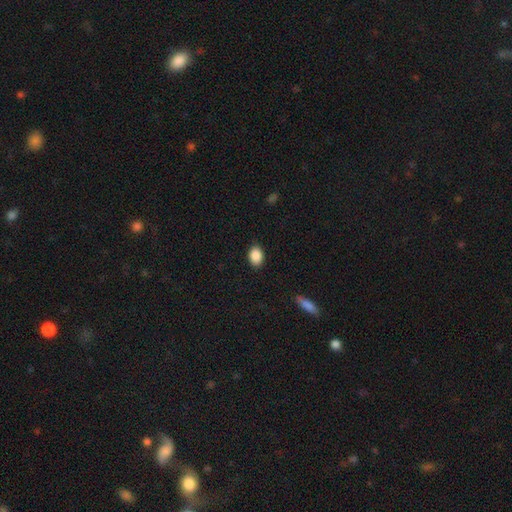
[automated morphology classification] The model was most divided on "how rounded": in between: 79%, round: 20%, cigar-shaped: 1%. More confident: smooth or featured — smooth (89%); merging — none (88%).